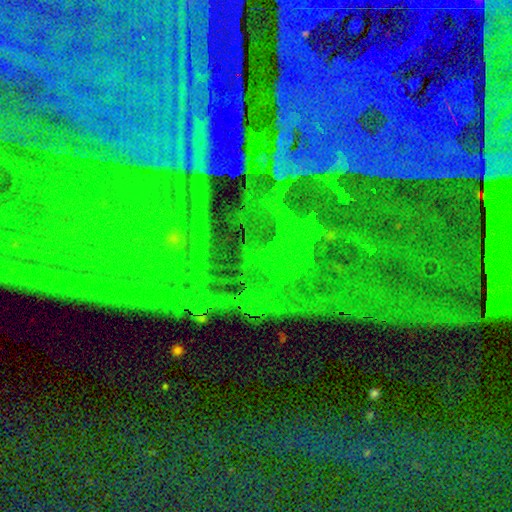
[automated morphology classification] The model was most divided on "smooth or featured": star or artifact: 87%, featured or disk: 8%, smooth: 6%.